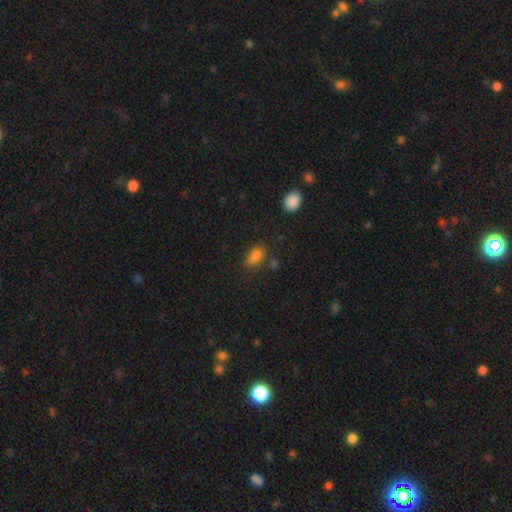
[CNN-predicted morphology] A smooth galaxy with no disk features (80%) that is in between round and cigar-shaped (83%). Merging: none (62%).